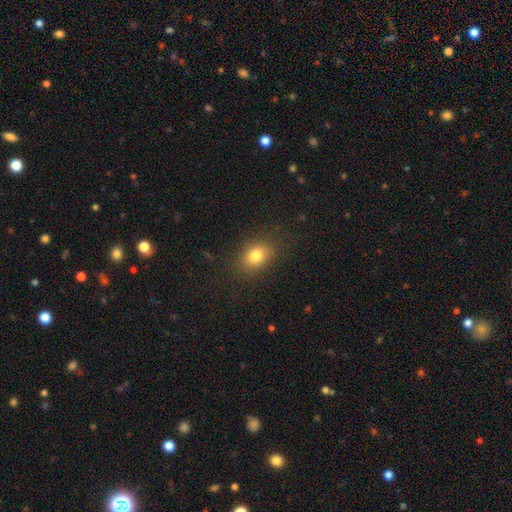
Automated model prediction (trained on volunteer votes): Smooth or featured: smooth — 81% (star or artifact — 11%)
How rounded: in between — 69% (round — 29%)
Merging: none — 84% (minor disturbance — 11%)